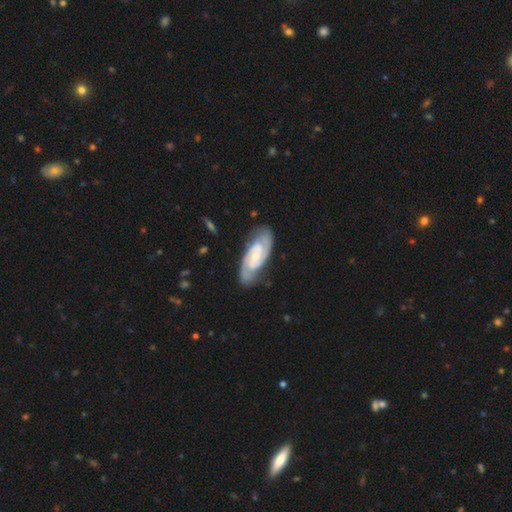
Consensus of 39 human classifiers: Smooth or featured: featured or disk — 92% (smooth — 5%)
Edge-on disk: no — 97% (yes — 3%)
Bar: weak — 46% (no — 29%)
Spiral arms: yes — 100%
Spiral winding: tight — 51% (medium — 37%)
Spiral arm count: 2 — 100%
Bulge size: small — 66% (moderate — 31%)
Merging: none — 92% (minor disturbance — 8%)